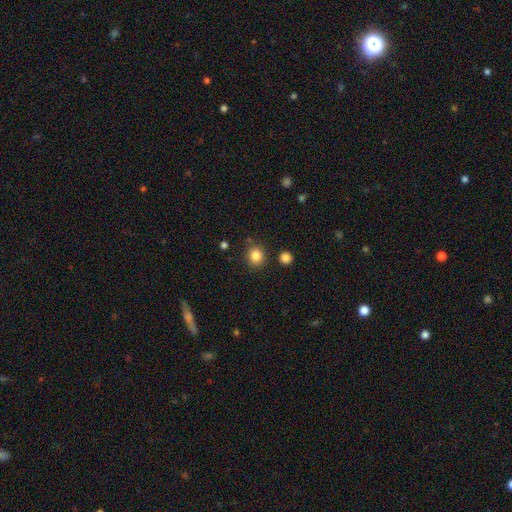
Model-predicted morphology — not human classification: smooth 85%, star or artifact 11%, featured or disk 4%. Down the decision tree: how rounded — round (85%); merging — none (84%).